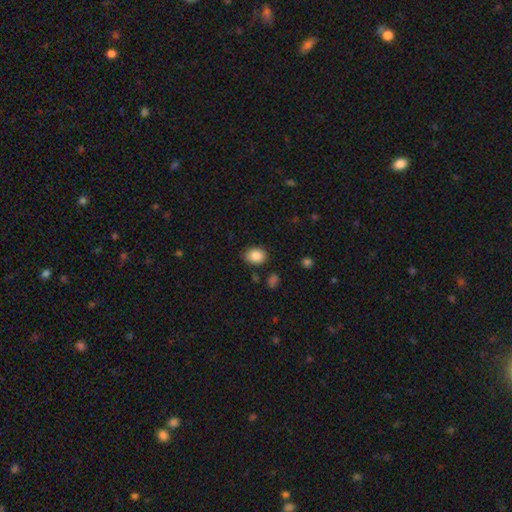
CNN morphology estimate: The model was most divided on "how rounded": in between: 69%, round: 30%, cigar-shaped: 1%. More confident: smooth or featured — smooth (86%); merging — none (82%).